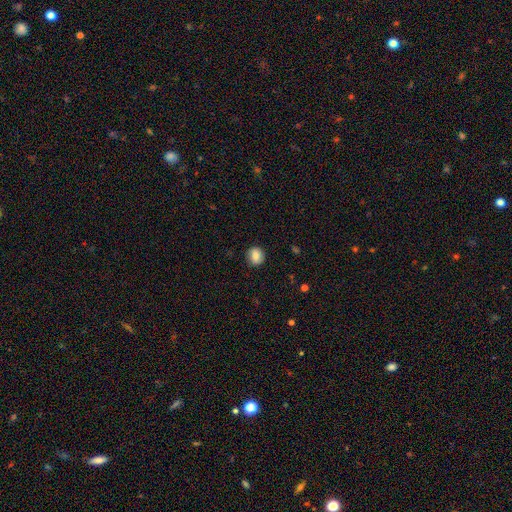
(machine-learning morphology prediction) A smooth galaxy with no disk features (84%) that is round (81%).

Vote fractions:
- Smooth or featured? smooth: 84% / star or artifact: 9% / featured or disk: 8%
- How rounded? round: 81% / in between: 18% / cigar-shaped: 1%
- Merging? none: 88% / minor disturbance: 9% / major disturbance: 2% / merger: 1%